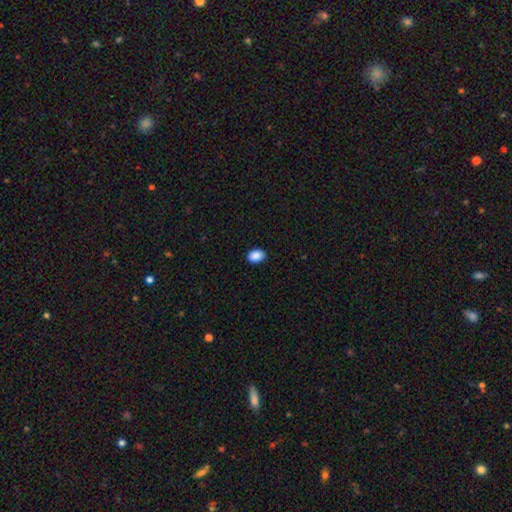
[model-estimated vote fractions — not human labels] A smooth galaxy with no disk features (90%) that is in between round and cigar-shaped (81%).

Vote fractions:
- Smooth or featured? smooth: 90% / star or artifact: 7% / featured or disk: 2%
- How rounded? in between: 81% / round: 18% / cigar-shaped: 1%
- Merging? none: 90% / minor disturbance: 7% / major disturbance: 2% / merger: 1%